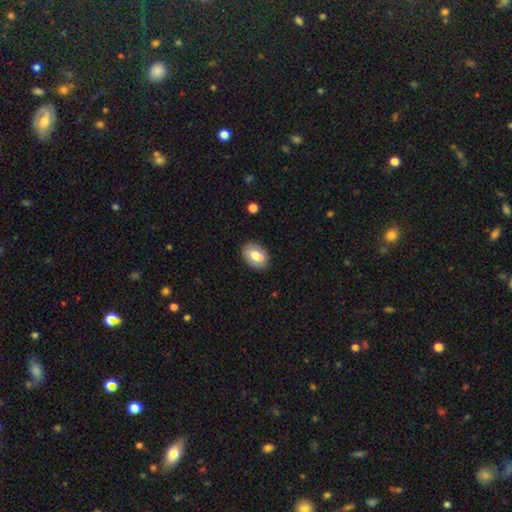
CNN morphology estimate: Smooth or featured? smooth (74%)
How rounded? in between (85%)
Merging? none (81%)